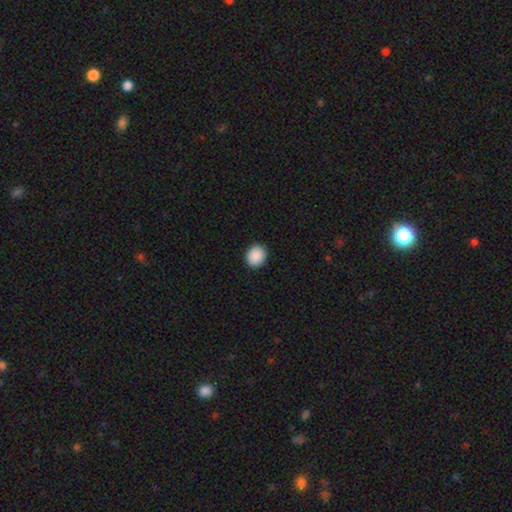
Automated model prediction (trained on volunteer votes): Overall: smooth (90%). How rounded: round (80%). Merging: none (92%).